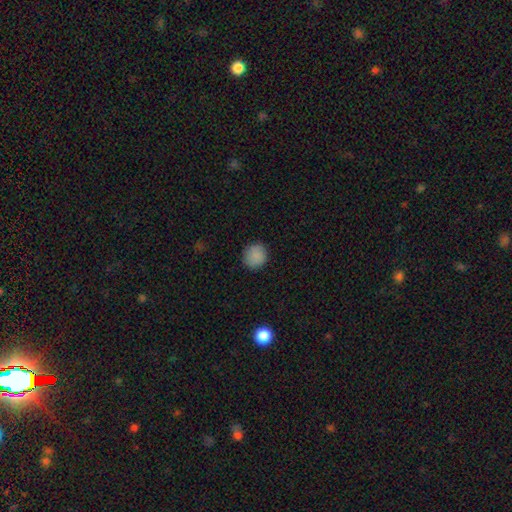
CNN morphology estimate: type=smooth (87%); roundness=round (88%); merging=none (89%).